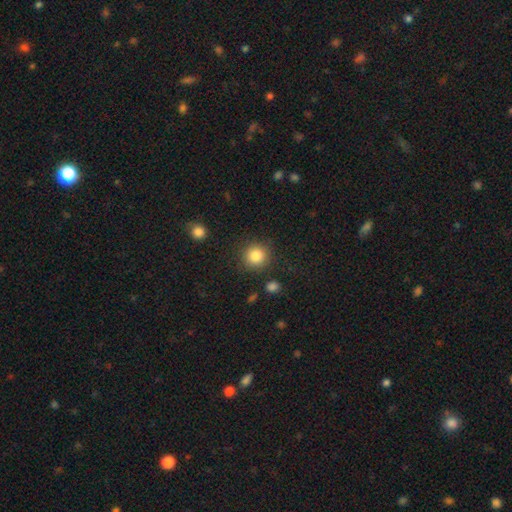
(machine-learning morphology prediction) Smooth or featured? Predicted: smooth (p=0.85). How rounded? Predicted: round (p=0.92). Merging? Predicted: none (p=0.87).